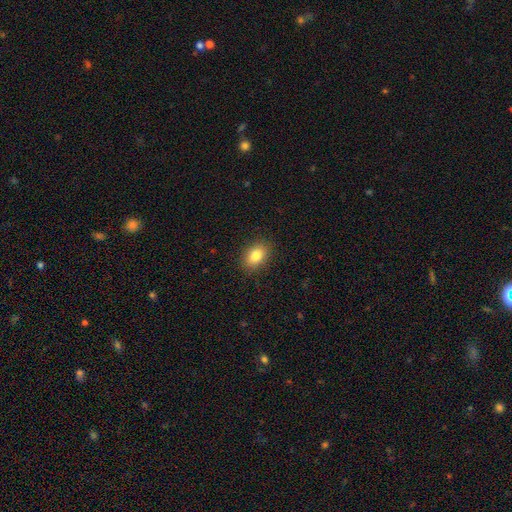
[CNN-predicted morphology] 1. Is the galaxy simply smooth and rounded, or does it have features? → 83% smooth, 9% star or artifact, 8% featured or disk.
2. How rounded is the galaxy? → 81% in between, 18% round, 1% cigar-shaped.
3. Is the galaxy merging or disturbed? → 88% none, 8% minor disturbance, 2% major disturbance, 1% merger.